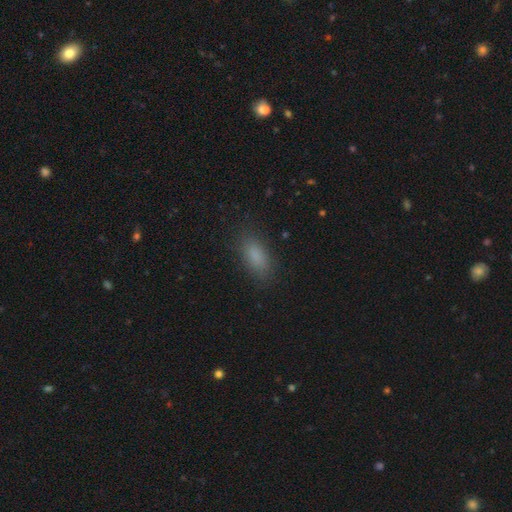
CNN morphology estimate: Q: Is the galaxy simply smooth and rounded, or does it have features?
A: smooth — 84%.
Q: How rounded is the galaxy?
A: in between — 83%.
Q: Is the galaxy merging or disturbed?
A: none — 85%.